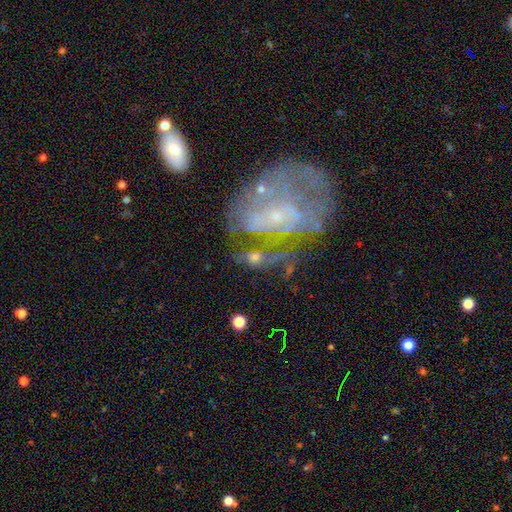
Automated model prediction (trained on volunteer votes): Smooth or featured? featured or disk (57%)
Edge-on disk? no (92%)
Bar? no (69%)
Spiral arms? yes (67%)
Bulge size? small (53%)
Merging? none (42%)